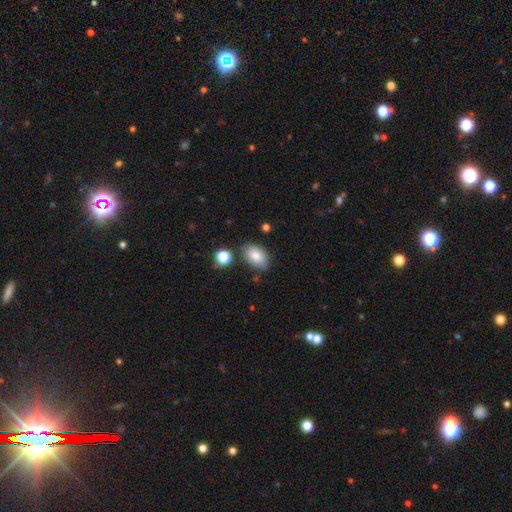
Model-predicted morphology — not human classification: The model was most divided on "merging": none: 80%, minor disturbance: 12%, merger: 4%, major disturbance: 3%. More confident: how rounded — in between (90%); smooth or featured — smooth (83%).